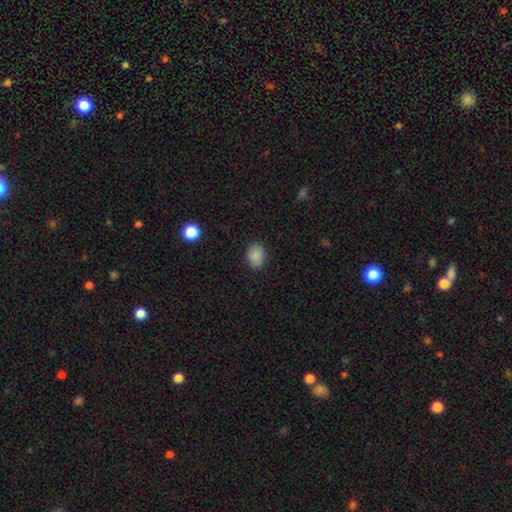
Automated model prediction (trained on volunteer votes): This is clearly a smooth galaxy (87%). How rounded: likely in between (66%). Merging: clearly none (85%).